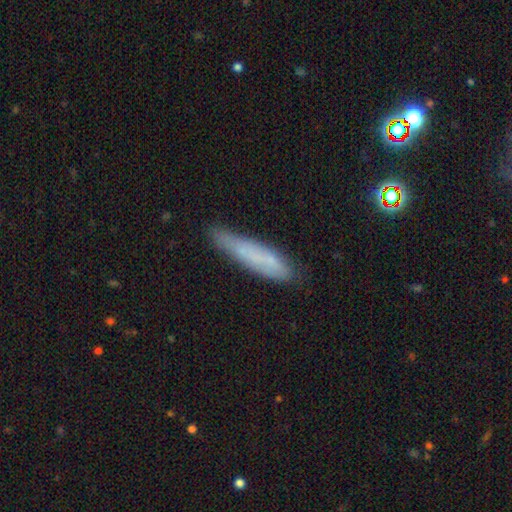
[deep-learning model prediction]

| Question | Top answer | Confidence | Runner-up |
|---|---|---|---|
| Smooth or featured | smooth | 61% | featured or disk (29%) |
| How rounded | cigar-shaped | 86% | in between (13%) |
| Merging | none | 69% | minor disturbance (23%) |